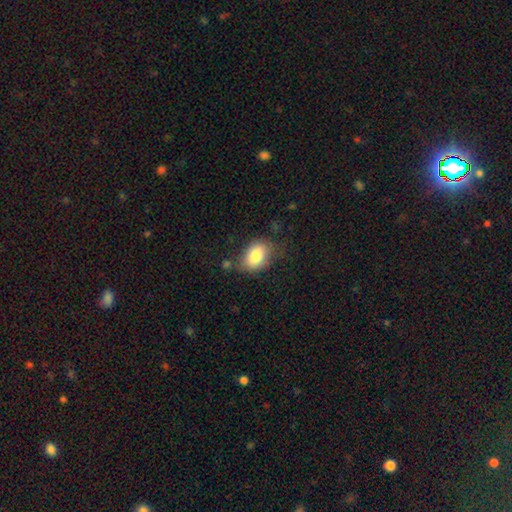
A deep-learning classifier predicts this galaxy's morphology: This appears to be a smooth galaxy with no disk features (82%) that is in between round and cigar-shaped (82%). Merging: none (66%).